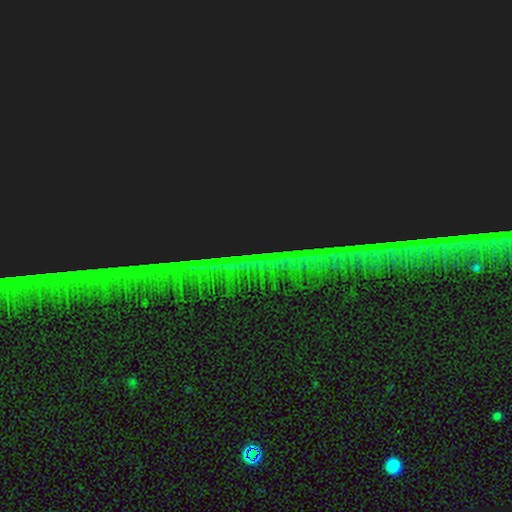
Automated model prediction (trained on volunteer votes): Overall: star or artifact (88%).